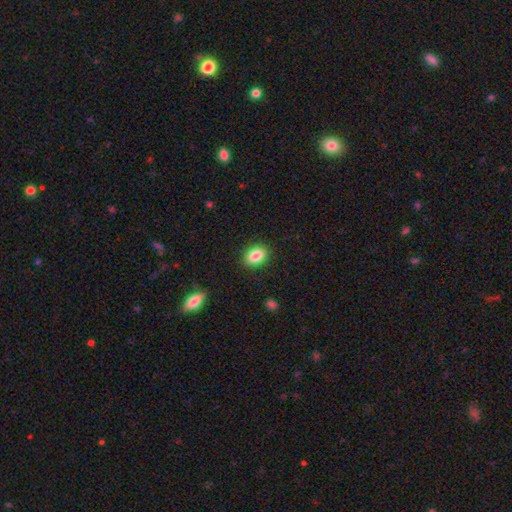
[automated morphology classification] A smooth galaxy with no disk features (86%) that is in between round and cigar-shaped (79%). Merging: none (89%).